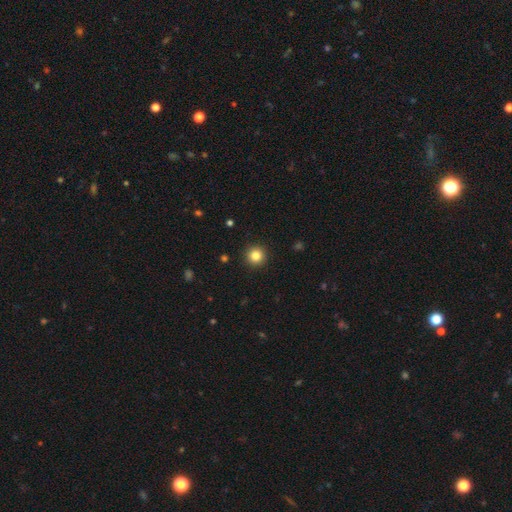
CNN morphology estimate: smooth-or-featured: smooth: 83% | star or artifact: 12% | featured or disk: 5%
  how-rounded: round: 96% | in between: 3% | cigar-shaped: 1%
  merging: none: 93% | minor disturbance: 4% | major disturbance: 2% | merger: 1%